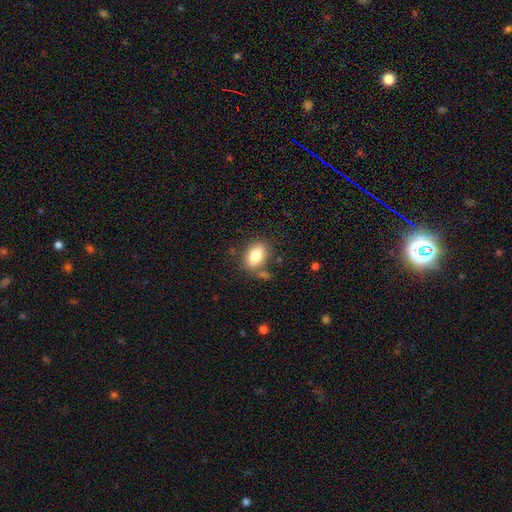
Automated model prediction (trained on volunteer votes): Morphology: type=smooth (80%); roundness=in between (85%); merging=none (72%).